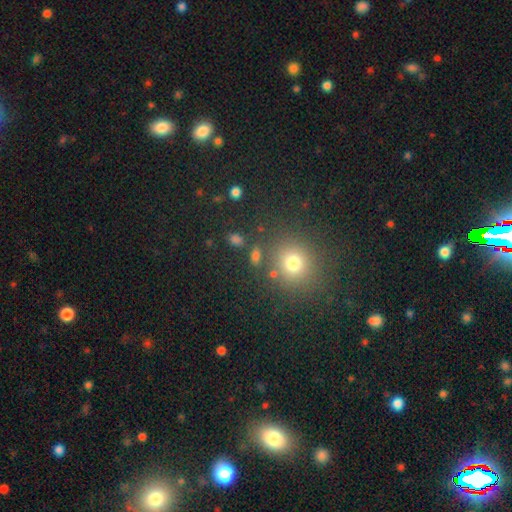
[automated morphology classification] A smooth galaxy with no disk features (69%) that is in between round and cigar-shaped (49%).

Vote fractions:
- Smooth or featured? smooth: 69% / star or artifact: 23% / featured or disk: 9%
- How rounded? in between: 49% / round: 47% / cigar-shaped: 4%
- Merging? none: 77% / minor disturbance: 10% / merger: 9% / major disturbance: 4%